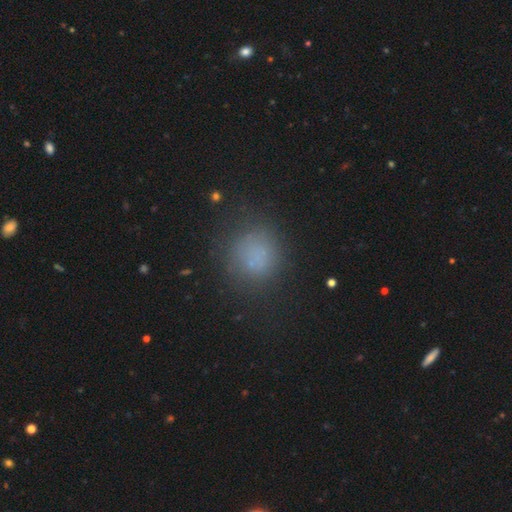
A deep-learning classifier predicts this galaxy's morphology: This is likely a smooth galaxy (73%). How rounded: clearly round (83%). Merging: likely none (73%).